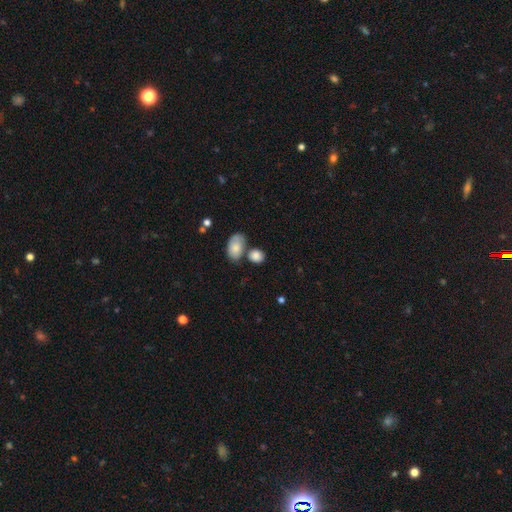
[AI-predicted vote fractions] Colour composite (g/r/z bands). It shows a smooth galaxy with no disk features (84%) that is round (58%). Merging: none (58%).